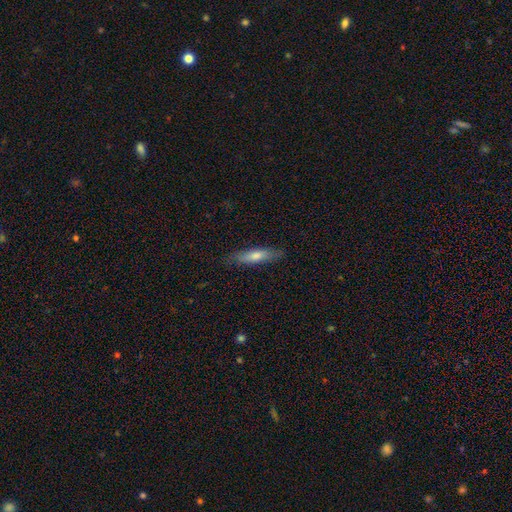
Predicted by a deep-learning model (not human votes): smooth 51%, featured or disk 41%, star or artifact 8%. Down the decision tree: how rounded — cigar-shaped (82%); merging — none (85%).